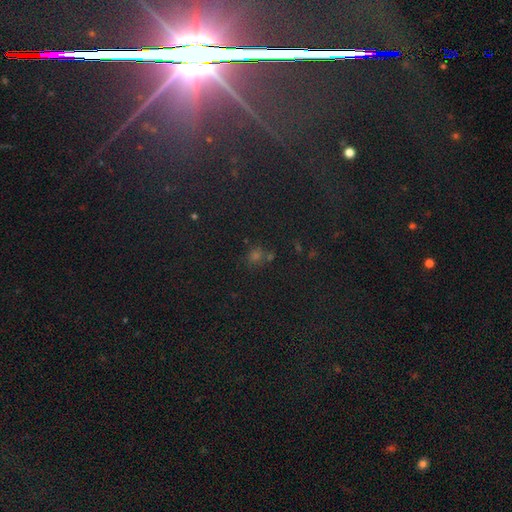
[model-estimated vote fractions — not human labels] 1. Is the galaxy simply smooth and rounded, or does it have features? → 47% star or artifact, 45% smooth, 8% featured or disk.